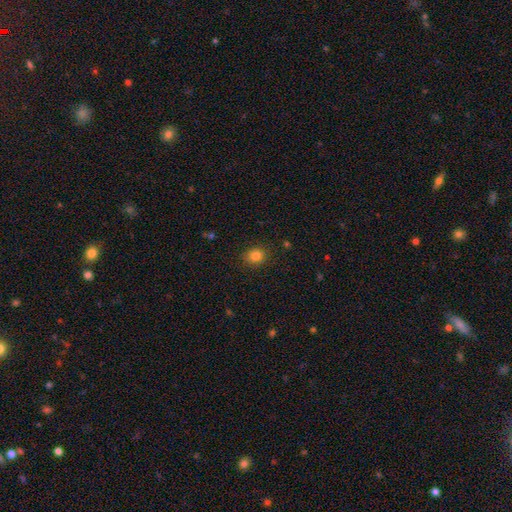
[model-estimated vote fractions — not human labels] Q: Smooth or featured?
A: smooth (83%); runner-up: star or artifact (12%)
Q: How rounded?
A: round (68%); runner-up: in between (31%)
Q: Merging?
A: none (88%); runner-up: minor disturbance (9%)